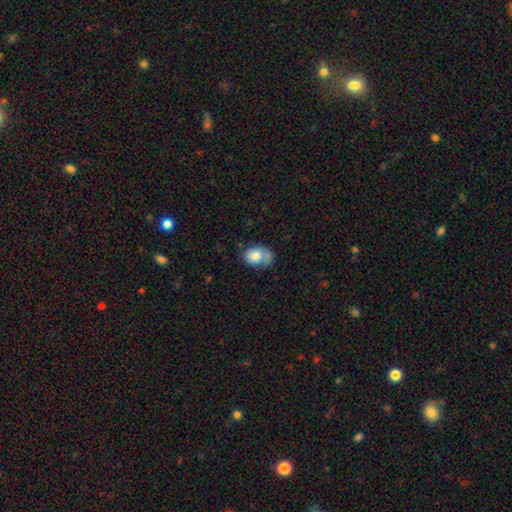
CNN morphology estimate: type=smooth (70%); roundness=in between (69%); merging=none (40%).